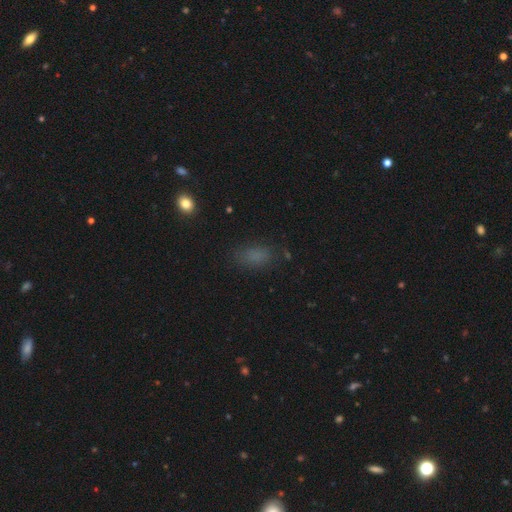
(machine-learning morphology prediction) The model was most divided on "merging": none: 76%, minor disturbance: 16%, major disturbance: 6%, merger: 2%. More confident: how rounded — in between (84%); smooth or featured — smooth (77%).